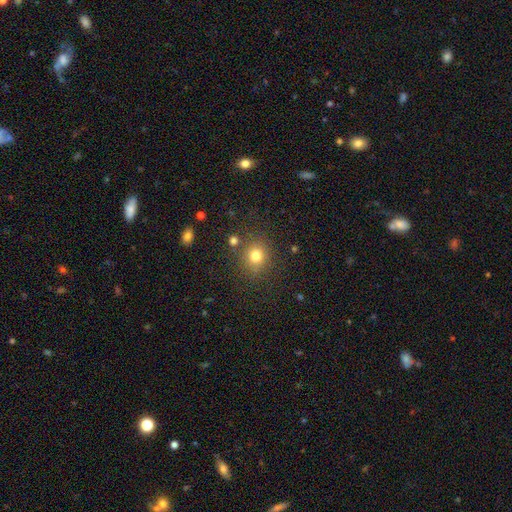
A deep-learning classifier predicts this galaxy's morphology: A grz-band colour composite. It shows a smooth galaxy with no disk features (78%) that is round (83%). Merging: none (81%).